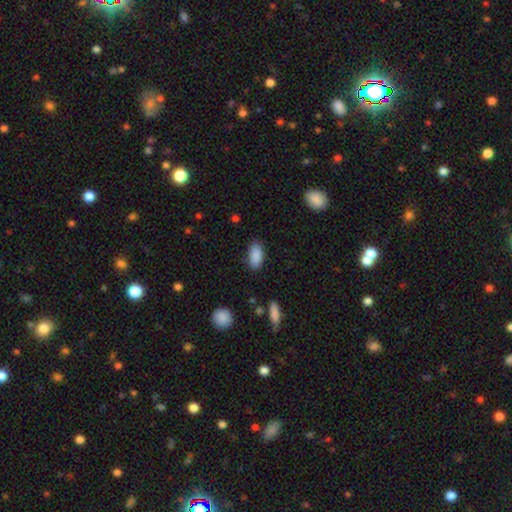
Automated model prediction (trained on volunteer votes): Q: Smooth or featured?
A: smooth (89%); runner-up: star or artifact (7%)
Q: How rounded?
A: in between (91%); runner-up: cigar-shaped (7%)
Q: Merging?
A: none (83%); runner-up: minor disturbance (13%)